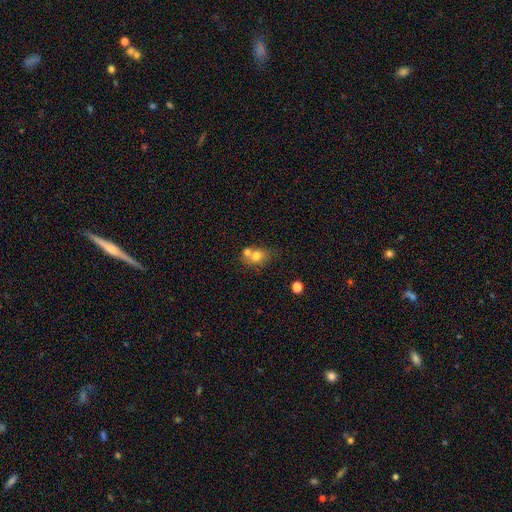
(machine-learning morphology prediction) Overall: smooth (72%). How rounded: round (52%; in between 47%). Merging: merger (48%; none 38%).